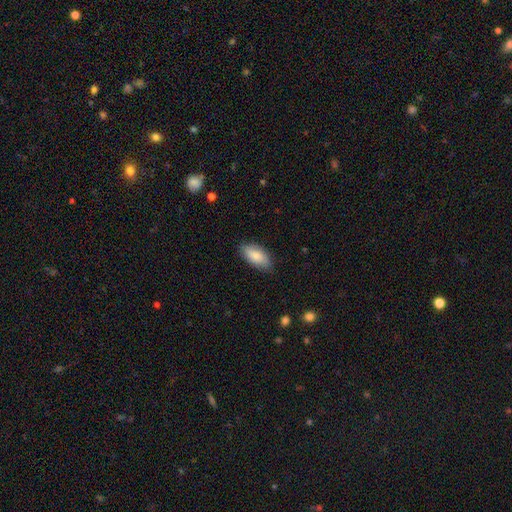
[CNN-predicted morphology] This is clearly a smooth galaxy (83%). How rounded: clearly in between (91%). Merging: clearly none (82%).